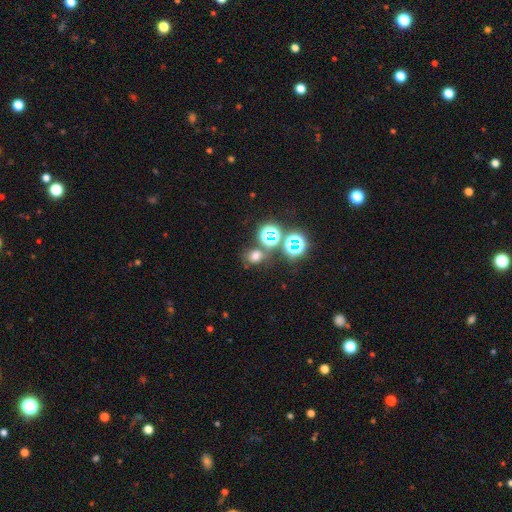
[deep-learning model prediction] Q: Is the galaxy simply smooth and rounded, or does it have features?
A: smooth — 59%.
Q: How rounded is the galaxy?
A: round — 63%.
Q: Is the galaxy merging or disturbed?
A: none — 69%.